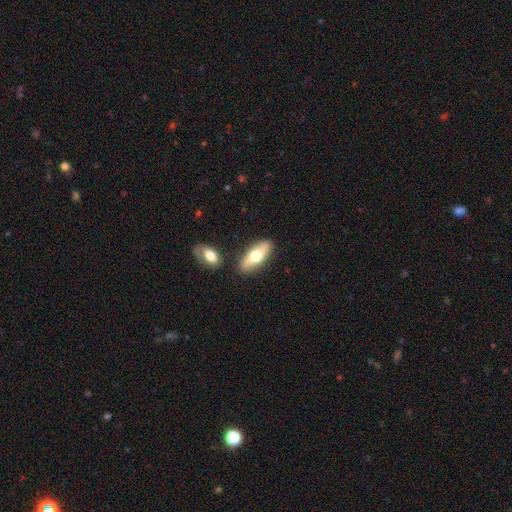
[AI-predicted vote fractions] This is possibly a smooth galaxy (60%). How rounded: likely in between (71%). Merging: clearly none (81%).